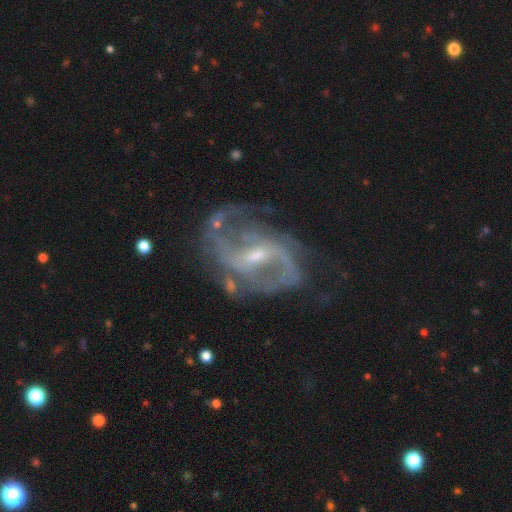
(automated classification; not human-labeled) A featured or disk galaxy (91%) with a weak bar (54%), 2 (85%) medium (54%) spiral arms (96%) and a small central bulge (53%).

Vote fractions:
- Smooth or featured? featured or disk: 91% / star or artifact: 6% / smooth: 4%
- Edge-on disk? no: 97% / yes: 3%
- Bar? weak: 54% / strong: 31% / no: 15%
- Spiral arms? yes: 96% / no: 4%
- Spiral winding? medium: 54% / loose: 30% / tight: 16%
- Spiral arm count? 2: 85% / can't tell: 5% / 3: 4% / 1: 2% / 4: 2% / more than 4: 2%
- Bulge size? small: 53% / moderate: 40% / none: 4% / large: 2% / dominant: 1%
- Merging? none: 65% / minor disturbance: 19% / major disturbance: 13% / merger: 3%